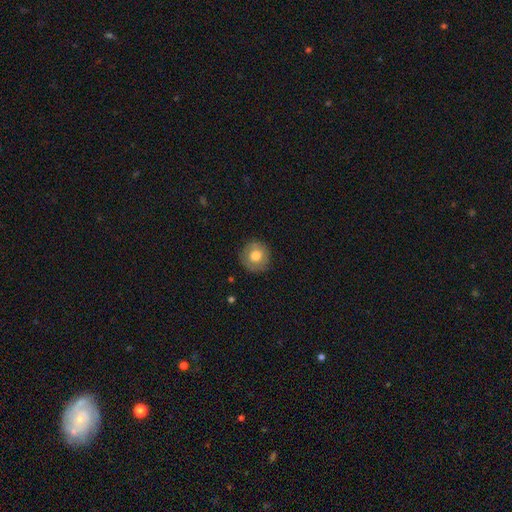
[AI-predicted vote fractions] Smooth or featured? smooth (73%)
How rounded? round (93%)
Merging? none (87%)